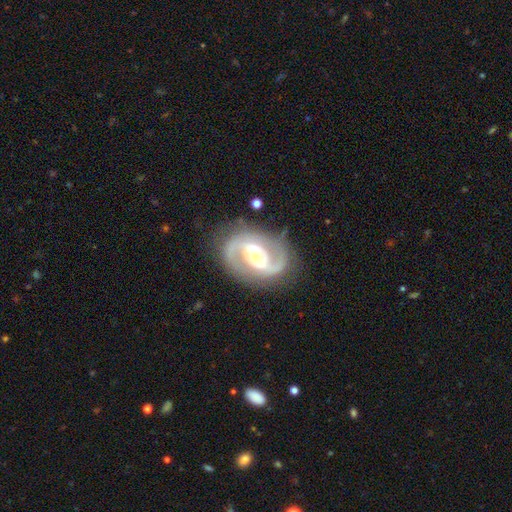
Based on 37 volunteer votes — This is clearly a featured or disk galaxy (95%). It is clearly not viewed edge-on (97%). Bar: possibly weak (56%). Spiral arm pattern: clearly yes (94%). Spiral arm count: clearly 2 (97%). Spiral winding: possibly medium (47%). Central bulge: possibly moderate (47%, tied with small). Merging: clearly none (84%).